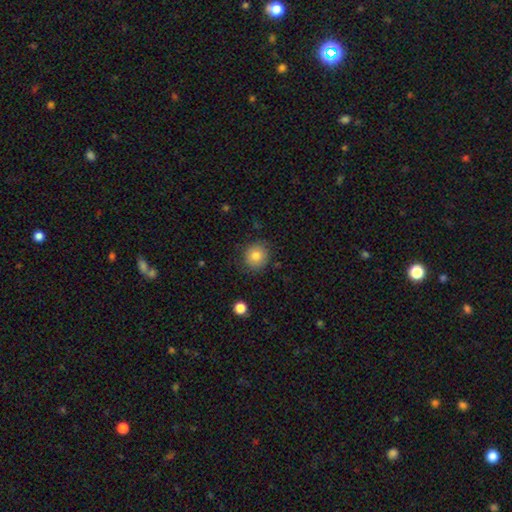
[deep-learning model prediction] Smooth or featured? smooth (81%)
How rounded? round (89%)
Merging? none (85%)